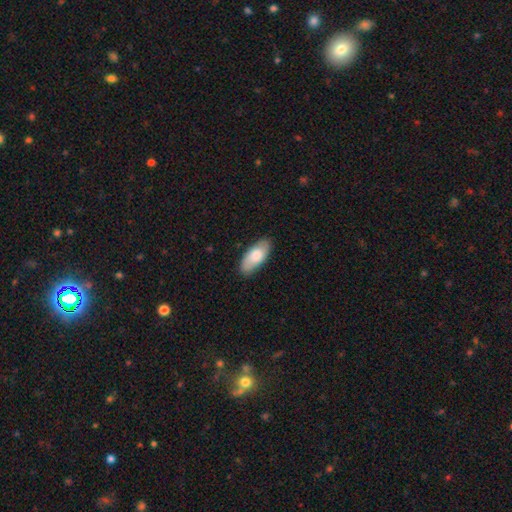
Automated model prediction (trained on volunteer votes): smooth_or_featured: smooth (p=0.75) [alt: featured or disk p=0.20]
how_rounded: in between (p=0.87) [alt: cigar-shaped p=0.11]
merging: none (p=0.85) [alt: minor disturbance p=0.12]